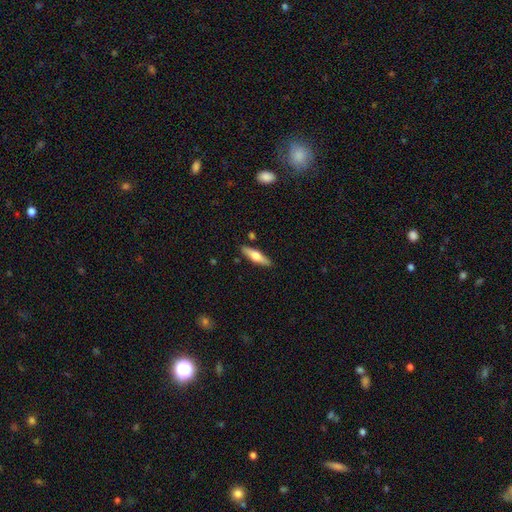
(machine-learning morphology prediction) smooth-or-featured: smooth: 52% | featured or disk: 42% | star or artifact: 6%
  how-rounded: cigar-shaped: 65% | in between: 33% | round: 2%
  merging: none: 87% | minor disturbance: 9% | merger: 3% | major disturbance: 2%